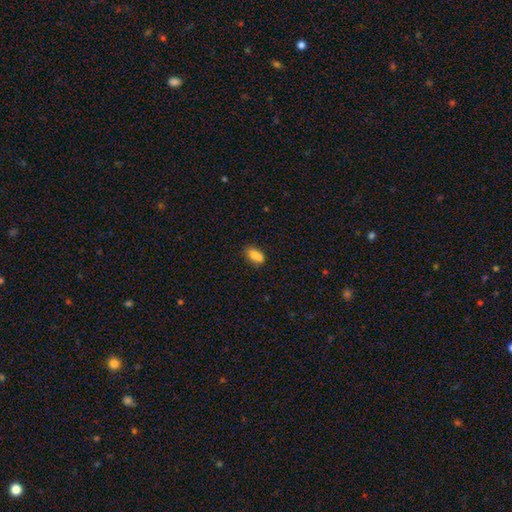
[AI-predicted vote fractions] Smooth or featured? smooth (78%)
How rounded? in between (84%)
Merging? none (47%)